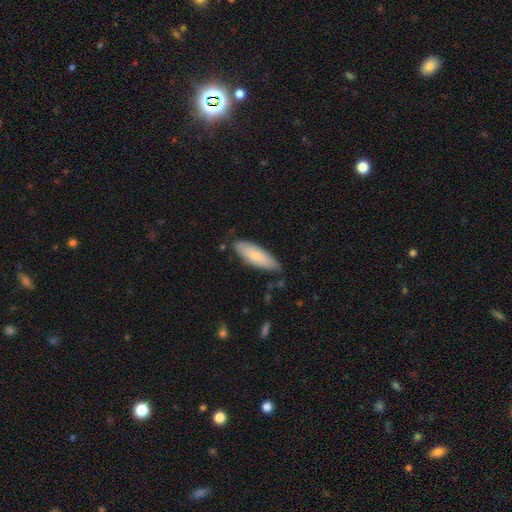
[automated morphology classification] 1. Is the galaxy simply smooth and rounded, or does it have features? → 72% smooth, 23% featured or disk, 5% star or artifact.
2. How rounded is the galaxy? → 66% in between, 33% cigar-shaped, 2% round.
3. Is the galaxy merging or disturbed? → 76% none, 19% minor disturbance, 3% major disturbance, 2% merger.